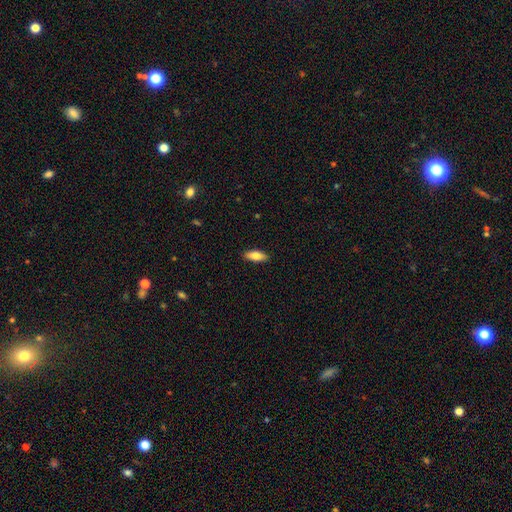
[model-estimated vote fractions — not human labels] A smooth galaxy with no disk features (79%) that is in between round and cigar-shaped (73%). Merging: none (90%).